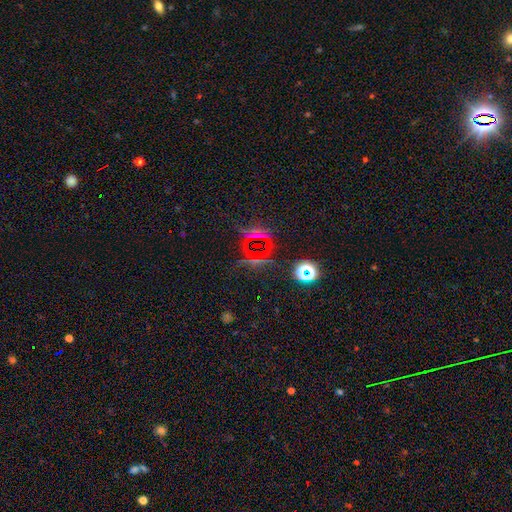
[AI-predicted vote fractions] This appears to be a star or artifact, not a galaxy (73%).